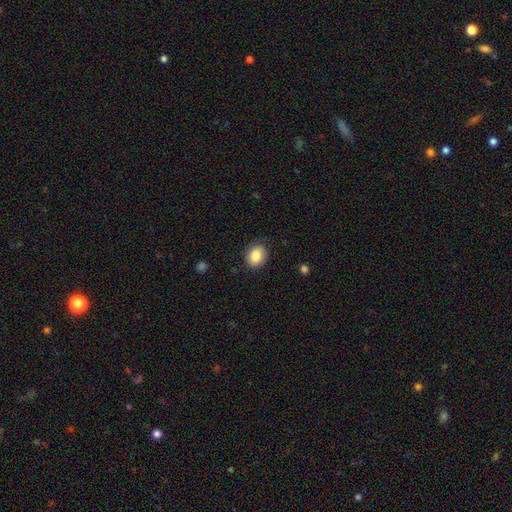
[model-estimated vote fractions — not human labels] Smooth or featured: smooth — 86% (star or artifact — 8%)
How rounded: in between — 51% (round — 48%)
Merging: none — 86% (minor disturbance — 11%)